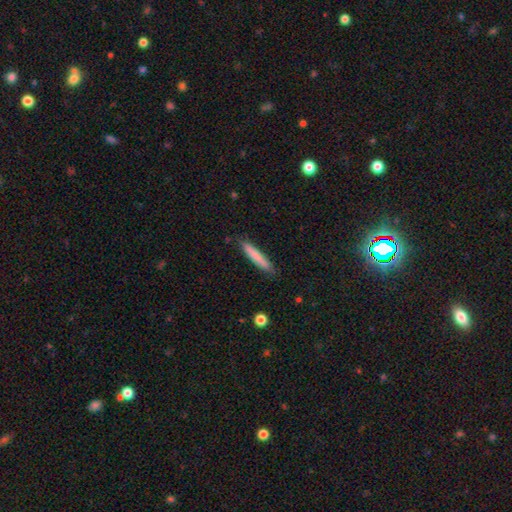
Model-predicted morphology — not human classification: type=smooth (78%); roundness=cigar-shaped (93%); merging=none (86%).